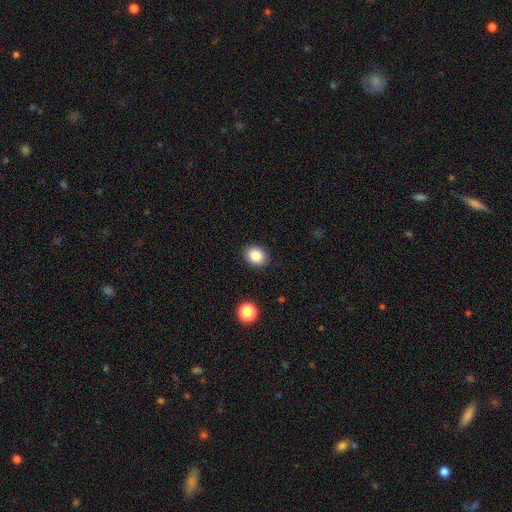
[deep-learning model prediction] A smooth galaxy with no disk features (84%) that is round (55%). Merging: none (90%).